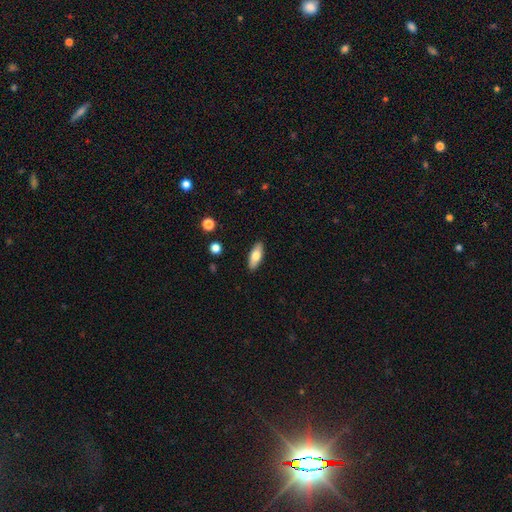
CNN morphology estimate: Overall: smooth (72%). How rounded: in between (72%). Merging: none (89%).